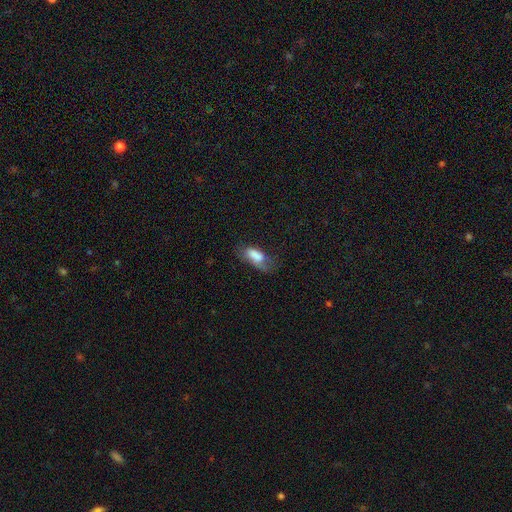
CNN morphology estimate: This is likely a smooth galaxy (73%). How rounded: clearly in between (83%). Merging: marginally none (34%).